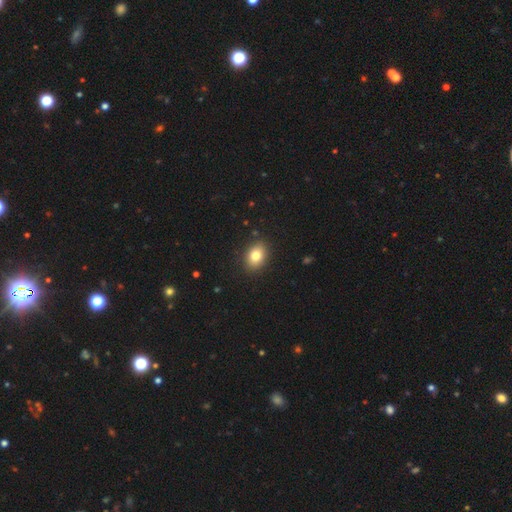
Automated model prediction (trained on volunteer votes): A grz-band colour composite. It shows a smooth galaxy with no disk features (81%) that is in between round and cigar-shaped (71%). Merging: none (89%).